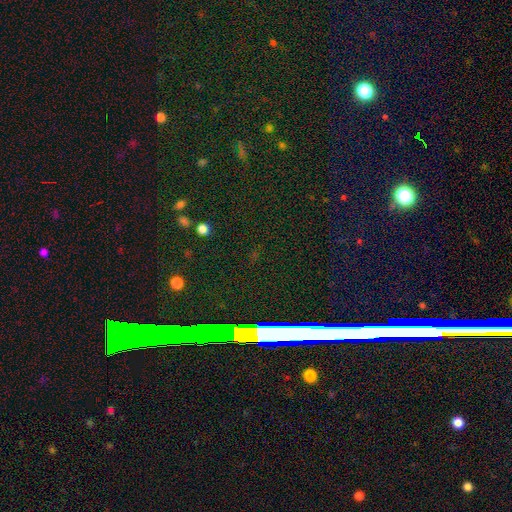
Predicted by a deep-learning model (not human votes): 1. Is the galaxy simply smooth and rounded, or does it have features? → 72% star or artifact, 17% featured or disk, 11% smooth.